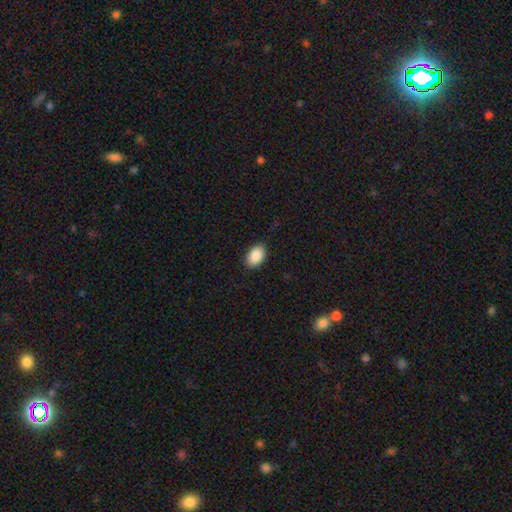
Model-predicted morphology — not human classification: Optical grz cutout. It shows a smooth galaxy with no disk features (89%) that is in between round and cigar-shaped (88%). Merging: none (86%).